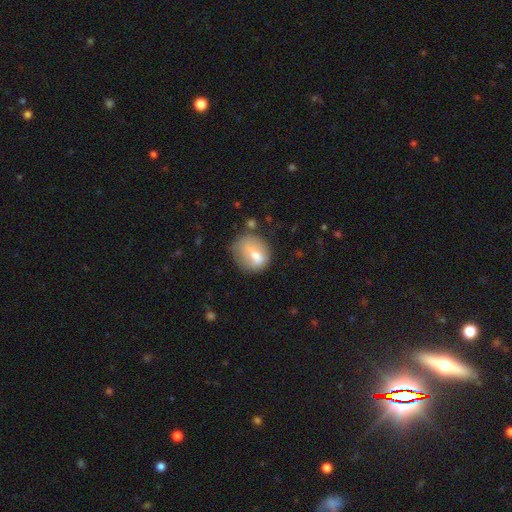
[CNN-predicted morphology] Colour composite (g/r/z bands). It shows a smooth galaxy with no disk features (67%) that is round (54%). Merging: none (49%).